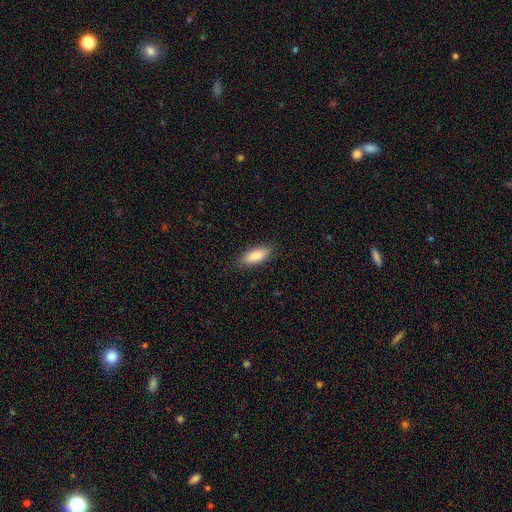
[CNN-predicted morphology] Smooth or featured: smooth — 86% (featured or disk — 8%)
How rounded: in between — 78% (cigar-shaped — 20%)
Merging: none — 86% (minor disturbance — 10%)